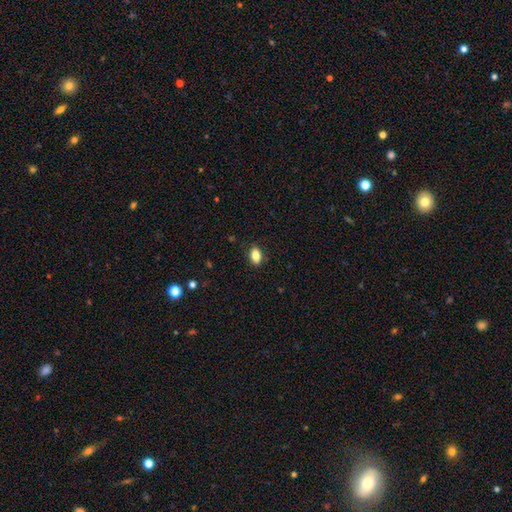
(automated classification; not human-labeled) A smooth galaxy with no disk features (85%) that is in between round and cigar-shaped (88%).

Vote fractions:
- Smooth or featured? smooth: 85% / star or artifact: 9% / featured or disk: 7%
- How rounded? in between: 88% / round: 9% / cigar-shaped: 3%
- Merging? none: 87% / minor disturbance: 10% / major disturbance: 2% / merger: 1%